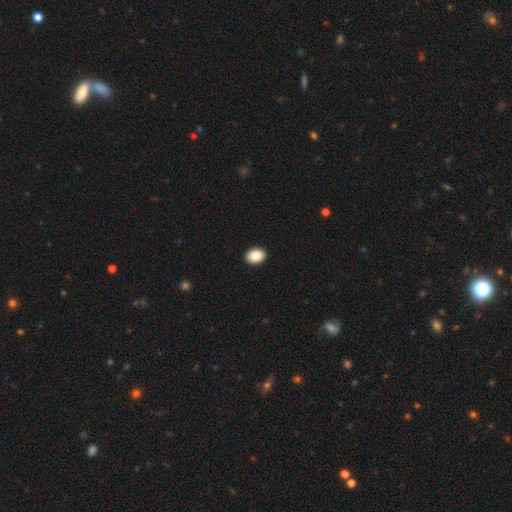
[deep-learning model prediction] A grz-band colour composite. It shows a smooth galaxy with no disk features (88%) that is in between round and cigar-shaped (68%). Merging: none (92%).